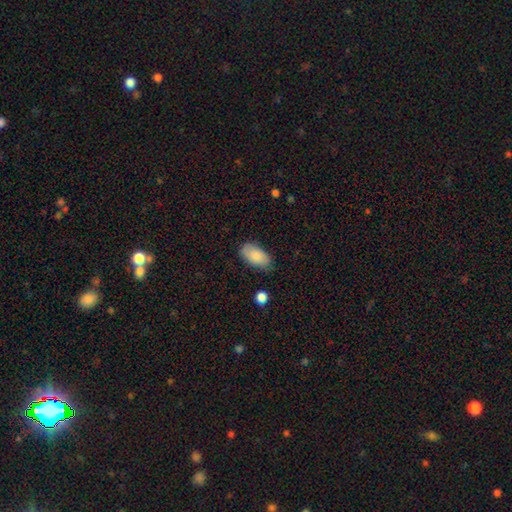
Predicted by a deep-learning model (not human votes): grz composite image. It shows a smooth galaxy with no disk features (83%) that is in between round and cigar-shaped (94%). Merging: none (76%).